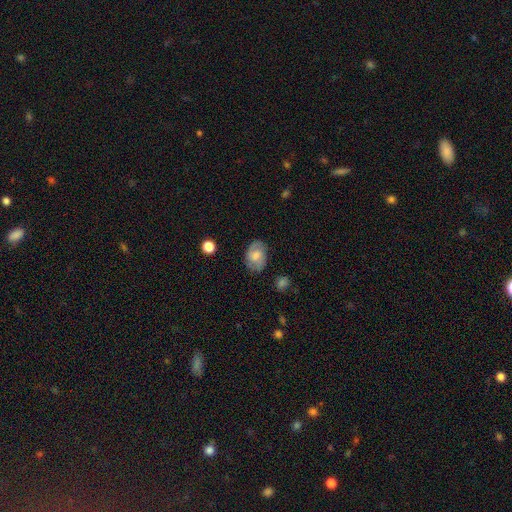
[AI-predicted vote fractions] Smooth or featured? smooth (55%)
How rounded? in between (77%)
Merging? none (76%)